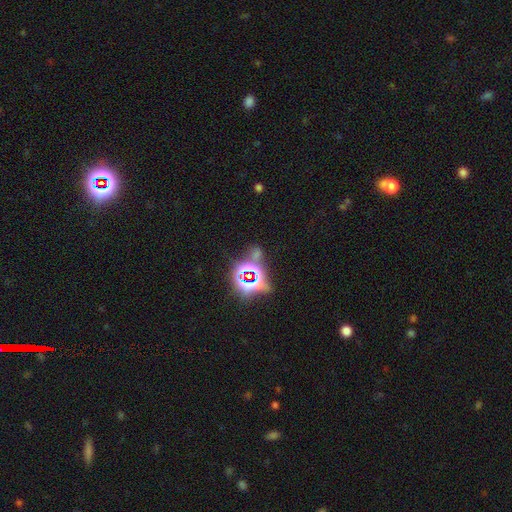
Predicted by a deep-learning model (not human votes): Overall: star or artifact (75%).